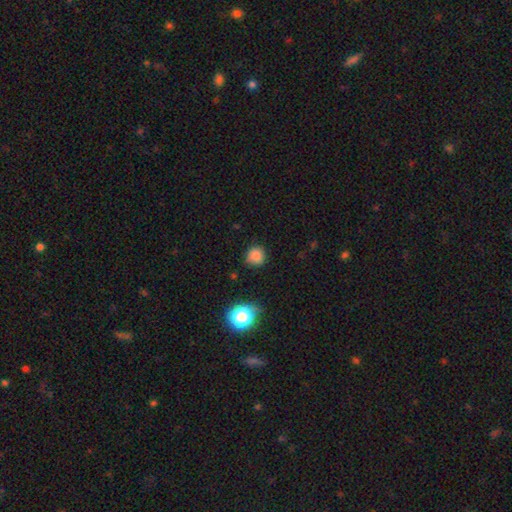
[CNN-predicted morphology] Smooth or featured? smooth (83%)
How rounded? round (89%)
Merging? none (82%)